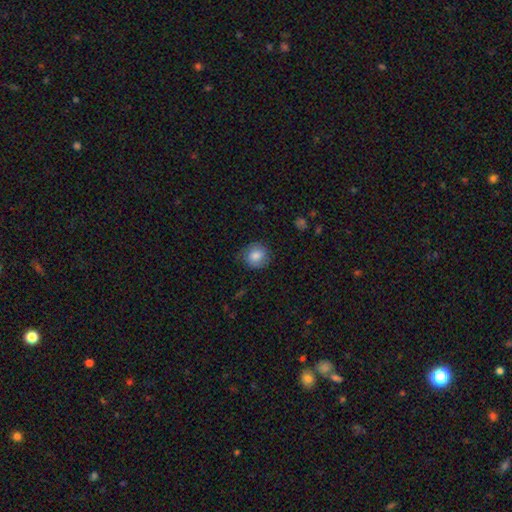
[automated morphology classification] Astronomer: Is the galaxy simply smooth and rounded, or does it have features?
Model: smooth — 79%.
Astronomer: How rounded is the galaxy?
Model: round — 78%.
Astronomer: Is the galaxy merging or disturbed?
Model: none — 75%.